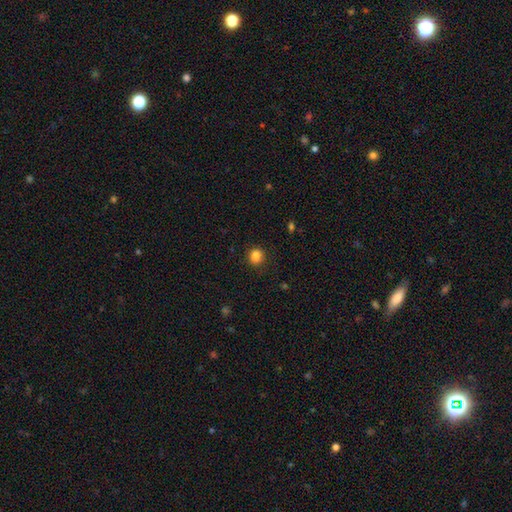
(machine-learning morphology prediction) Smooth or featured?
  - smooth: 85% *
  - star or artifact: 11%
  - featured or disk: 4%
How rounded?
  - round: 71% *
  - in between: 28%
  - cigar-shaped: 1%
Merging?
  - none: 85% *
  - minor disturbance: 11%
  - major disturbance: 3%
  - merger: 1%